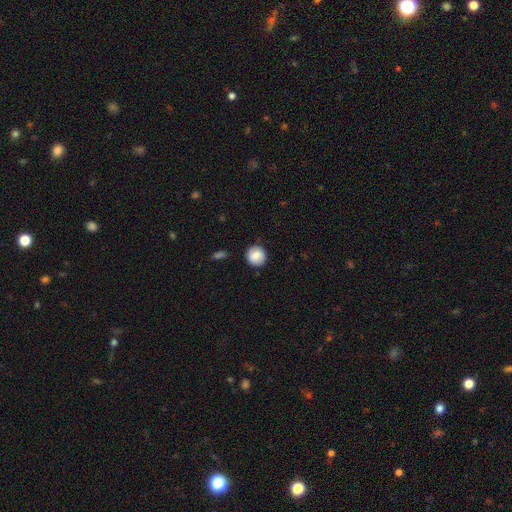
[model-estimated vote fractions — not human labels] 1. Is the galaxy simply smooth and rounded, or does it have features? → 81% smooth, 11% featured or disk, 8% star or artifact.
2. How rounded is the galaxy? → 89% round, 10% in between, 1% cigar-shaped.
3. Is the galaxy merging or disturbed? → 84% none, 11% minor disturbance, 3% major disturbance, 2% merger.